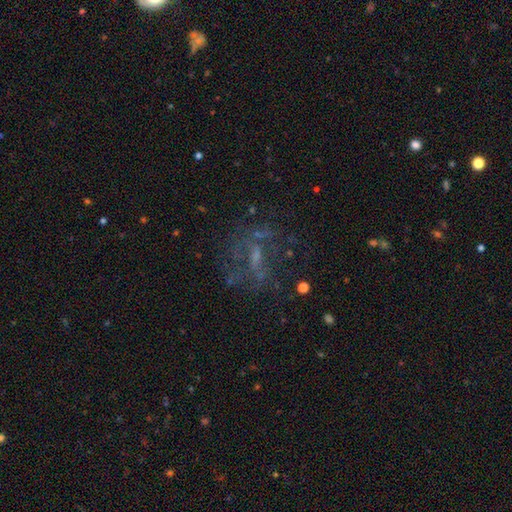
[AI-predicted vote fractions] Smooth or featured? Predicted: featured or disk (p=0.52). Edge-on disk? Predicted: no (p=0.93). Merging? Predicted: none (p=0.55).